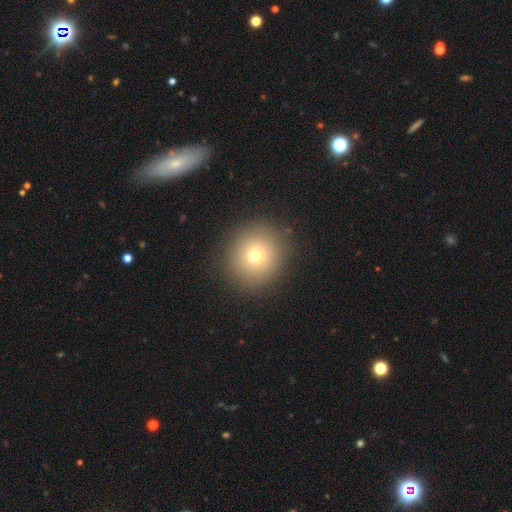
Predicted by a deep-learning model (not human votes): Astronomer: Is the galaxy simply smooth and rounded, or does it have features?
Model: smooth — 72%.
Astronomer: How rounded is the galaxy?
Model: round — 89%.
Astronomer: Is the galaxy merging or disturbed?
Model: none — 90%.